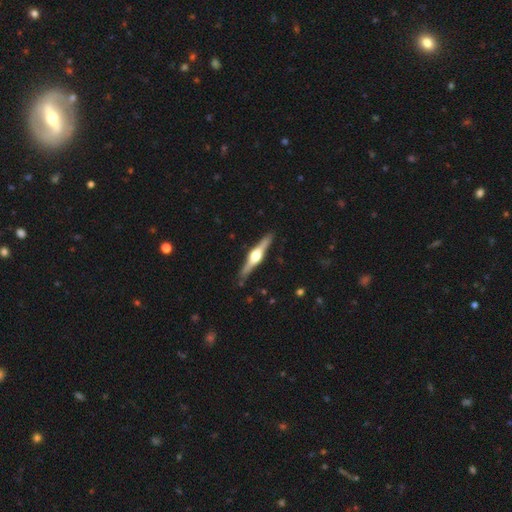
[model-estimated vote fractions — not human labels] This is clearly a featured or disk galaxy (80%). It is clearly viewed edge-on (98%). Edge-on bulge: clearly rounded (94%). Merging: clearly none (89%).